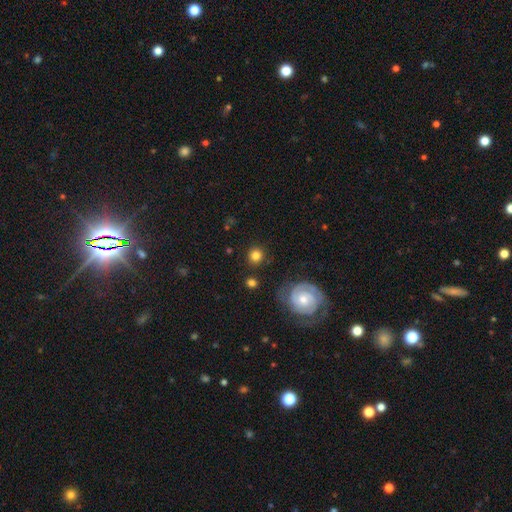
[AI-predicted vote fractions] The model was most divided on "smooth or featured": smooth: 78%, featured or disk: 12%, star or artifact: 10%. More confident: how rounded — round (90%); merging — none (85%).